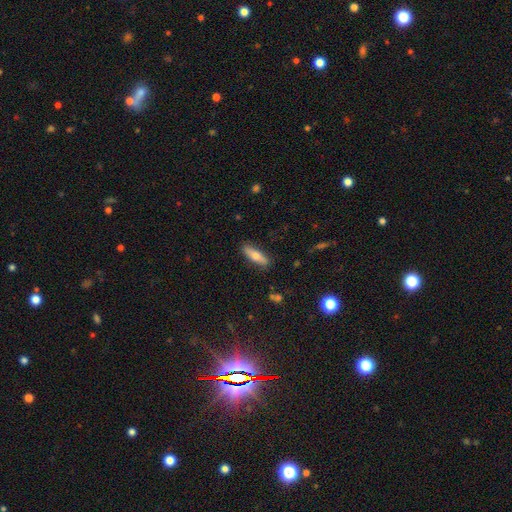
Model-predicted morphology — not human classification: This appears to be a smooth galaxy with no disk features (66%) that is cigar-shaped (55%). Merging: none (86%).